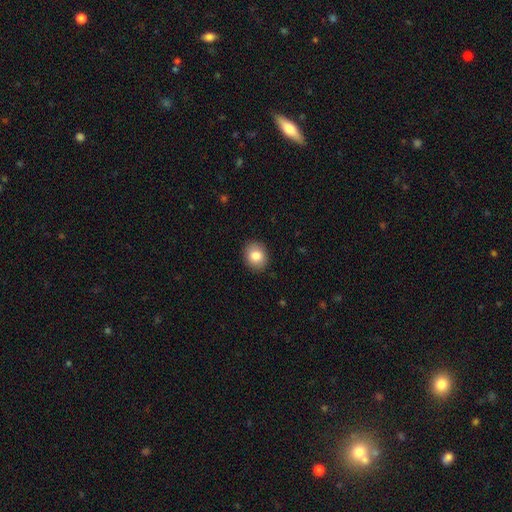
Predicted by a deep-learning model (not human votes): Overall: smooth (84%). How rounded: round (57%; in between 42%). Merging: none (89%).